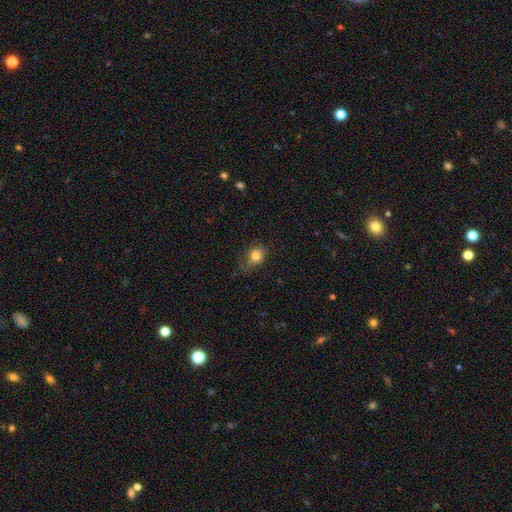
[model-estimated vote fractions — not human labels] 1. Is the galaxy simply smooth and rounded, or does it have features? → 81% smooth, 10% star or artifact, 9% featured or disk.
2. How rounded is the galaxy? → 54% round, 44% in between, 1% cigar-shaped.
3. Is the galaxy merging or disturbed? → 58% none, 28% minor disturbance, 13% major disturbance, 2% merger.